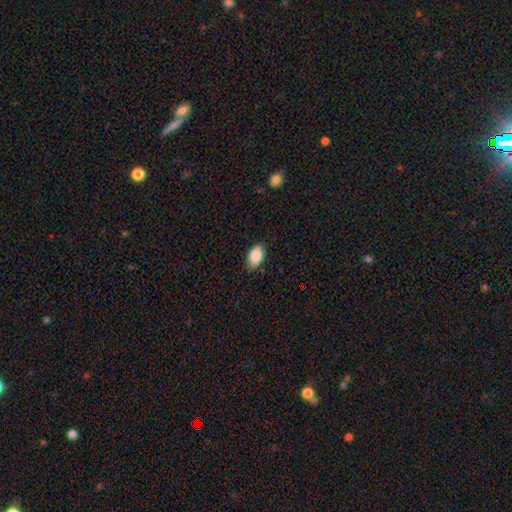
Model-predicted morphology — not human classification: smooth_or_featured: smooth (p=0.87) [alt: star or artifact p=0.07]
how_rounded: in between (p=0.93) [alt: round p=0.06]
merging: none (p=0.83) [alt: minor disturbance p=0.13]